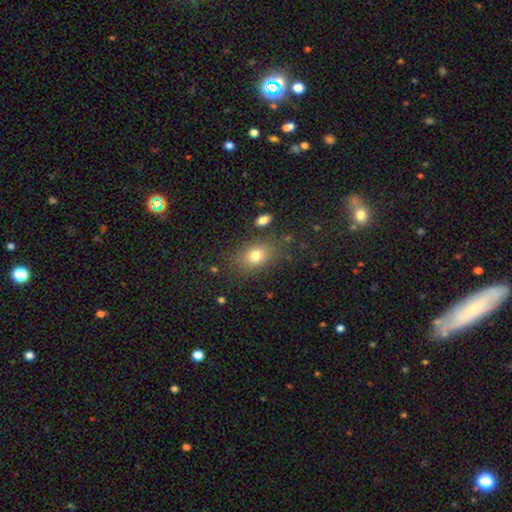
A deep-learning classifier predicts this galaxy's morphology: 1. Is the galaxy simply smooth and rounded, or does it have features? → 78% smooth, 12% star or artifact, 11% featured or disk.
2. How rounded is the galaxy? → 68% in between, 30% round, 2% cigar-shaped.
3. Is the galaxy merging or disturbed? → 78% none, 13% minor disturbance, 5% major disturbance, 3% merger.